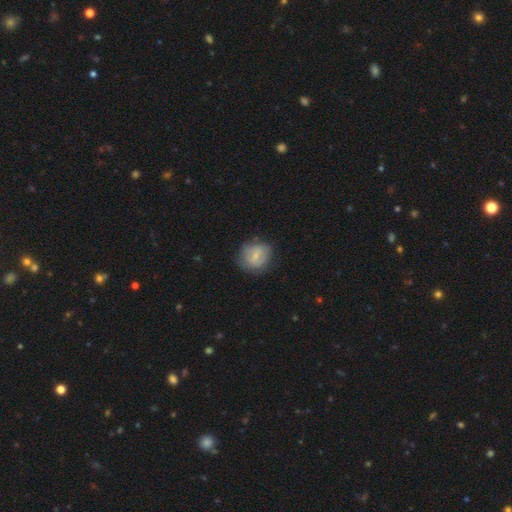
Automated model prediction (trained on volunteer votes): This appears to be a smooth galaxy with no disk features (59%) that is round (73%). Merging: none (69%).